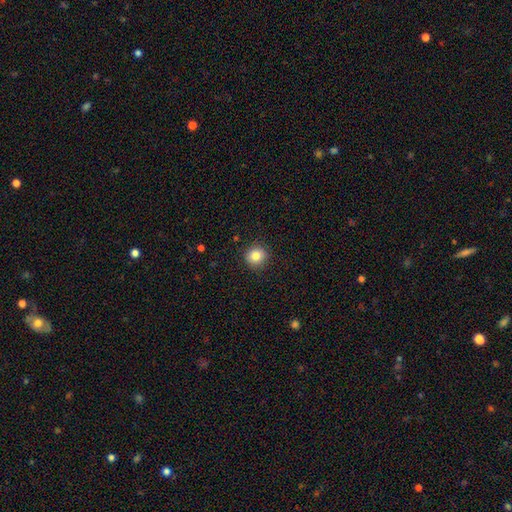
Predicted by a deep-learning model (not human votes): Smooth or featured? Predicted: smooth (p=0.84). How rounded? Predicted: round (p=0.91). Merging? Predicted: none (p=0.91).